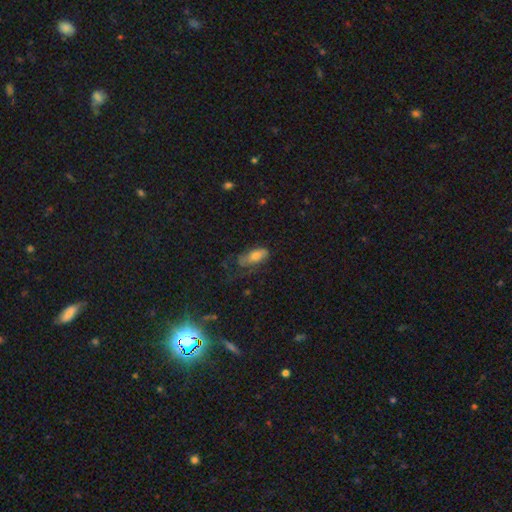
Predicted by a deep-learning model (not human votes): A smooth galaxy with no disk features (65%) that is in between round and cigar-shaped (81%).

Vote fractions:
- Smooth or featured? smooth: 65% / featured or disk: 26% / star or artifact: 9%
- How rounded? in between: 81% / cigar-shaped: 16% / round: 3%
- Merging? none: 37% / major disturbance: 32% / minor disturbance: 29% / merger: 3%